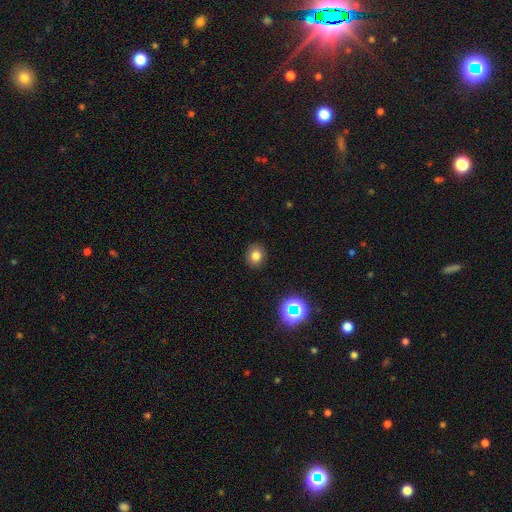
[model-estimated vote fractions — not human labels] Q: Smooth or featured?
A: smooth (78%); runner-up: star or artifact (14%)
Q: How rounded?
A: round (70%); runner-up: in between (30%)
Q: Merging?
A: none (89%); runner-up: minor disturbance (7%)